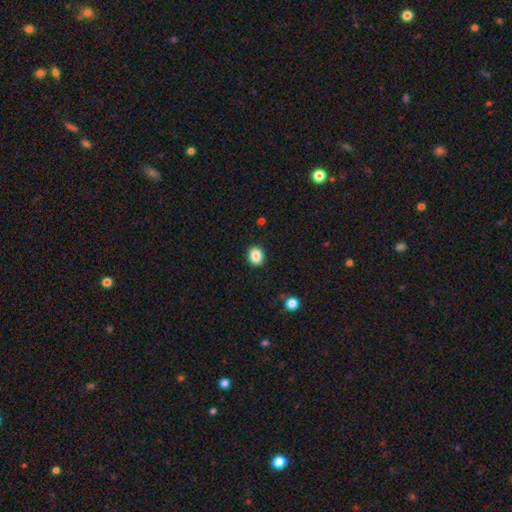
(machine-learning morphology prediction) smooth-or-featured: smooth: 86% | star or artifact: 9% | featured or disk: 4%
  how-rounded: round: 61% | in between: 39% | cigar-shaped: 1%
  merging: none: 91% | minor disturbance: 6% | major disturbance: 2% | merger: 1%